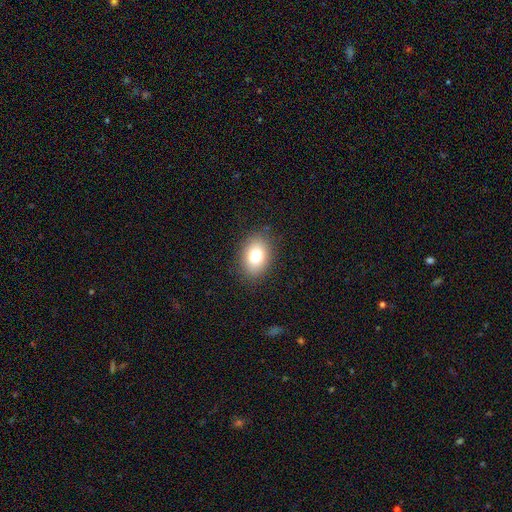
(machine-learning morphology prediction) This is likely a smooth galaxy (77%). How rounded: likely in between (76%). Merging: clearly none (87%).